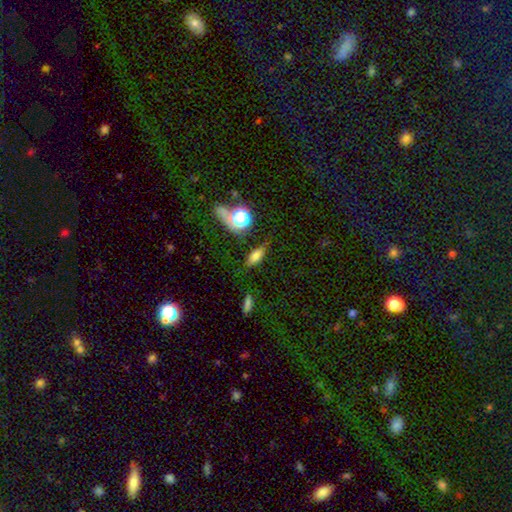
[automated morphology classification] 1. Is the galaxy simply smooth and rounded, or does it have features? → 73% smooth, 15% star or artifact, 13% featured or disk.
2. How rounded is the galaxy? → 72% in between, 17% cigar-shaped, 11% round.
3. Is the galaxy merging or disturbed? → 73% none, 16% minor disturbance, 6% major disturbance, 5% merger.